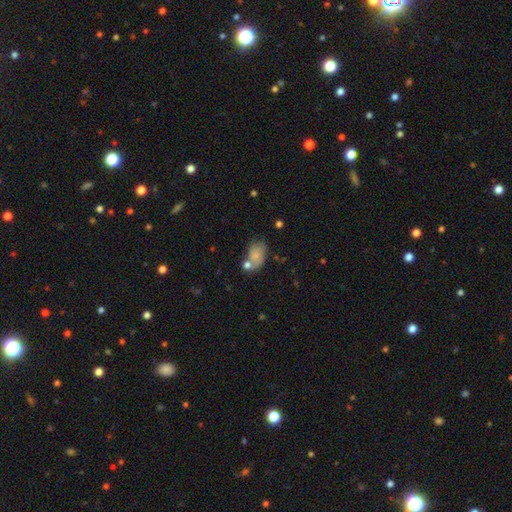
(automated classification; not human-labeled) Smooth or featured: smooth — 73% (featured or disk — 18%)
How rounded: in between — 86% (round — 12%)
Merging: none — 46% (merger — 23%)